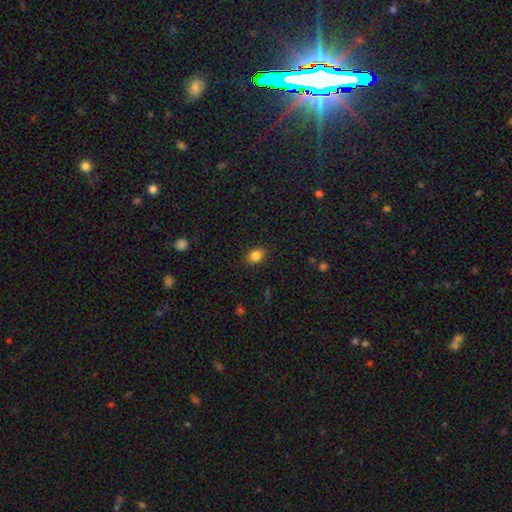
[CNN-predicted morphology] Smooth or featured? smooth (85%)
How rounded? in between (69%)
Merging? none (87%)